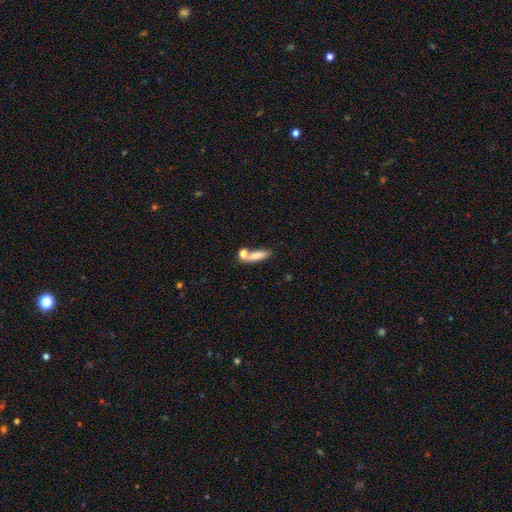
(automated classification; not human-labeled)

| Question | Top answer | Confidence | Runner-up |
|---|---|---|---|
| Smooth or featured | smooth | 78% | featured or disk (13%) |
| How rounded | cigar-shaped | 51% | in between (41%) |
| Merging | none | 53% | merger (28%) |